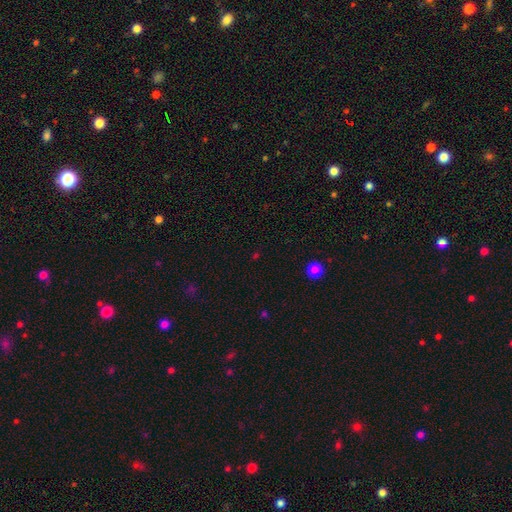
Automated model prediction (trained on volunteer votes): smooth_or_featured: star or artifact (p=0.56) [alt: smooth p=0.38]